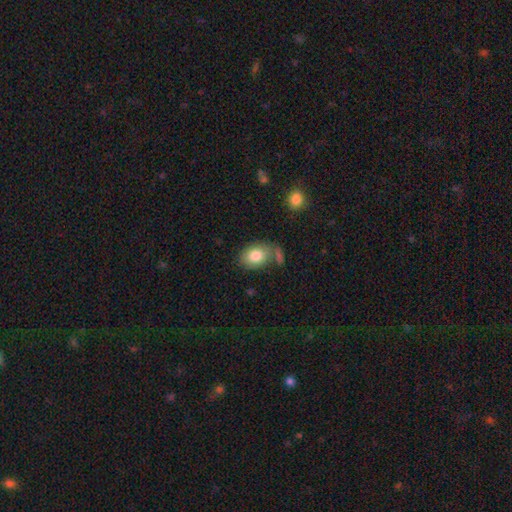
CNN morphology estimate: smooth 81%, featured or disk 11%, star or artifact 8%. Down the decision tree: how rounded — in between (75%); merging — none (64%).